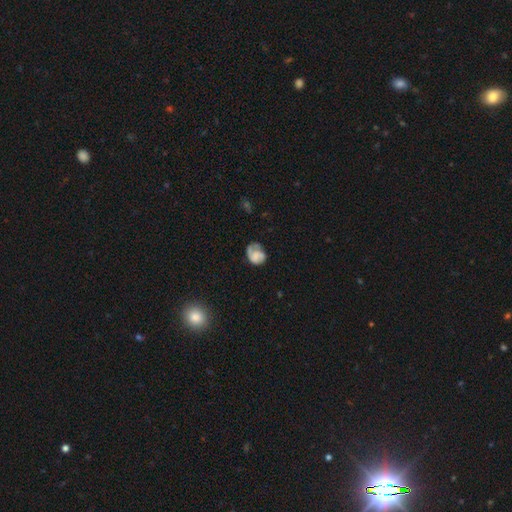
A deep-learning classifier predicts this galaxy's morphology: This is possibly a featured or disk galaxy (46%). Merging: marginally none (41%).